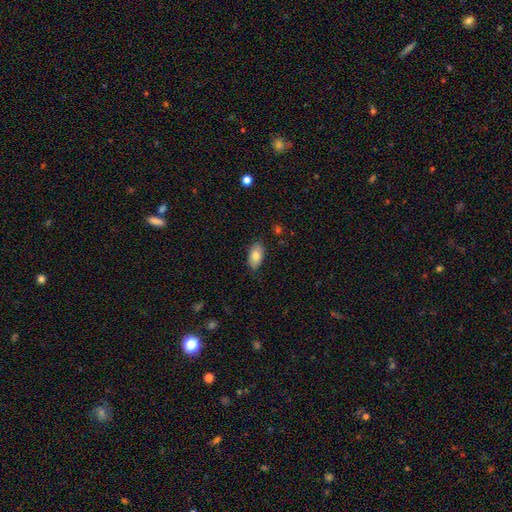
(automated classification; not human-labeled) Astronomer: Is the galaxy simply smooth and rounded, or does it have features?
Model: smooth — 79%.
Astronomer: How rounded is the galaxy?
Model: in between — 93%.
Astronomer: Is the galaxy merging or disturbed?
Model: none — 82%.